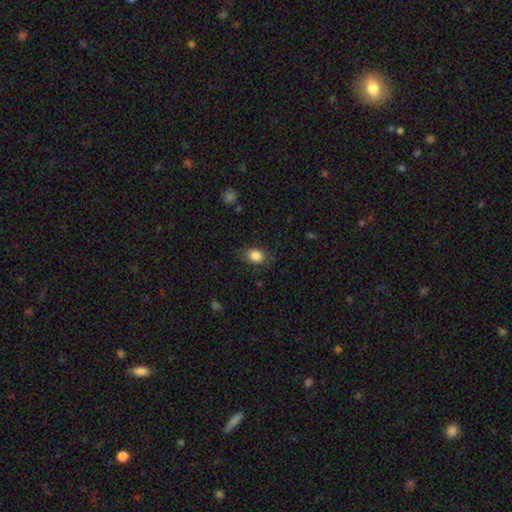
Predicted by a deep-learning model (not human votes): A smooth galaxy with no disk features (85%) that is in between round and cigar-shaped (60%).

Vote fractions:
- Smooth or featured? smooth: 85% / star or artifact: 9% / featured or disk: 6%
- How rounded? in between: 60% / round: 39% / cigar-shaped: 1%
- Merging? none: 78% / minor disturbance: 16% / major disturbance: 5% / merger: 1%